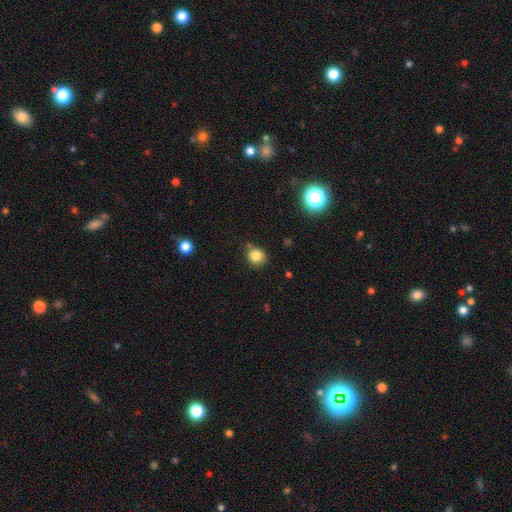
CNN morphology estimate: A smooth galaxy with no disk features (83%) that is round (85%).

Vote fractions:
- Smooth or featured? smooth: 83% / star or artifact: 12% / featured or disk: 5%
- How rounded? round: 85% / in between: 14% / cigar-shaped: 1%
- Merging? none: 78% / minor disturbance: 14% / merger: 5% / major disturbance: 3%